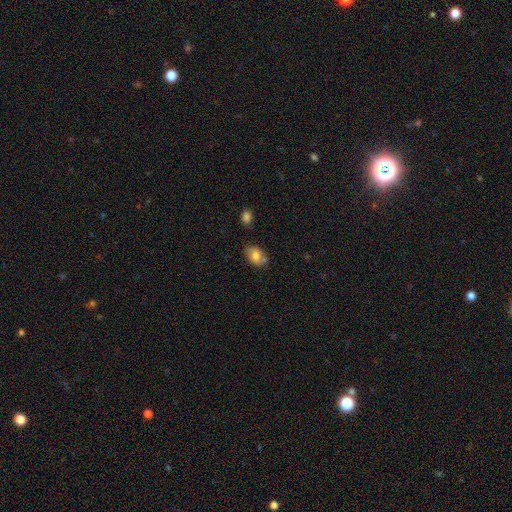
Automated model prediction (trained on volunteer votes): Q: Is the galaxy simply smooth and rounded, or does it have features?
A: smooth — 76%.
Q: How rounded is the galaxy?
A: in between — 84%.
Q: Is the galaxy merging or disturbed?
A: none — 66%.